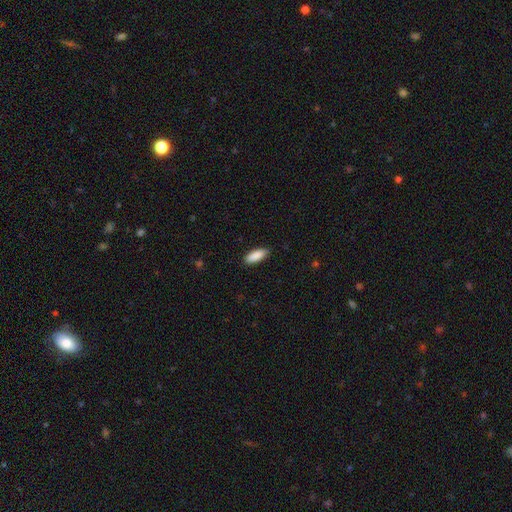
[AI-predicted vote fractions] Smooth or featured: smooth — 90% (star or artifact — 6%)
How rounded: in between — 71% (cigar-shaped — 28%)
Merging: none — 87% (minor disturbance — 10%)